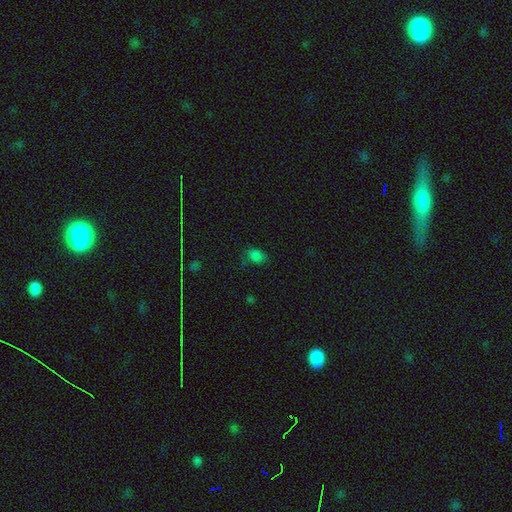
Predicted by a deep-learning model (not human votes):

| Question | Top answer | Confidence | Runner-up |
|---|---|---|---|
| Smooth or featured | smooth | 73% | star or artifact (21%) |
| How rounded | in between | 71% | round (27%) |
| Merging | none | 64% | minor disturbance (25%) |